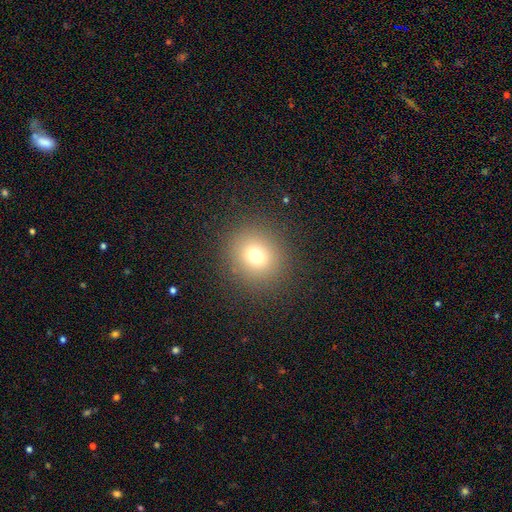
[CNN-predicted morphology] smooth 72%, star or artifact 18%, featured or disk 10%. Down the decision tree: how rounded — round (87%); merging — none (88%).